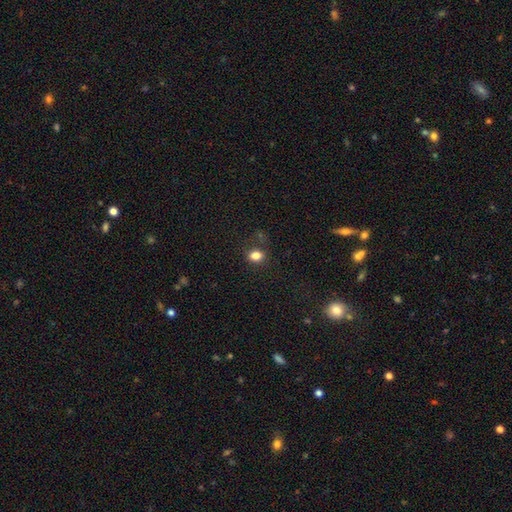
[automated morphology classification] The model was most divided on "how rounded": in between: 53%, round: 46%, cigar-shaped: 1%. More confident: smooth or featured — smooth (82%); merging — none (80%).